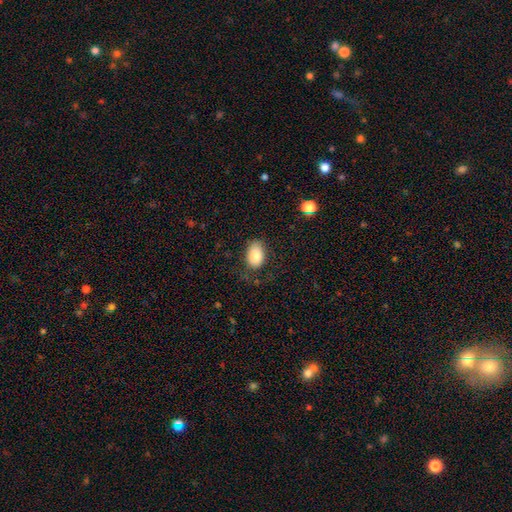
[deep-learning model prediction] Smooth or featured? smooth (82%)
How rounded? in between (86%)
Merging? none (72%)